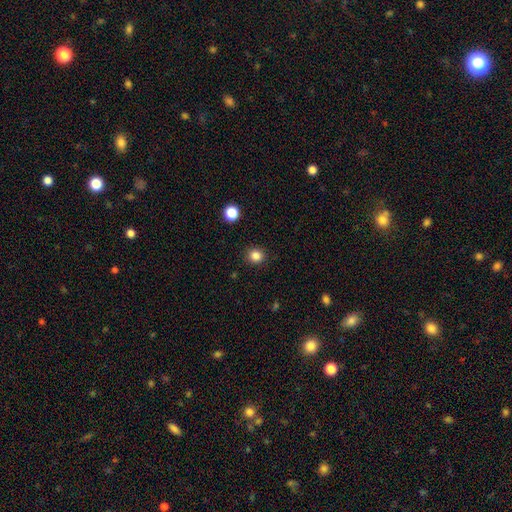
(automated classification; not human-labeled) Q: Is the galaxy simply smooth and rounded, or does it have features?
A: smooth — 84%.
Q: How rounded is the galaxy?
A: round — 88%.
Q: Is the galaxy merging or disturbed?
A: none — 91%.